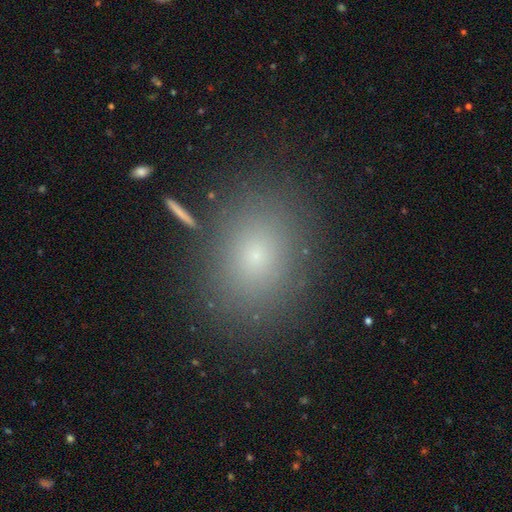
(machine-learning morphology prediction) Q: Smooth or featured?
A: smooth (71%); runner-up: star or artifact (18%)
Q: How rounded?
A: in between (59%); runner-up: round (40%)
Q: Merging?
A: none (85%); runner-up: minor disturbance (9%)